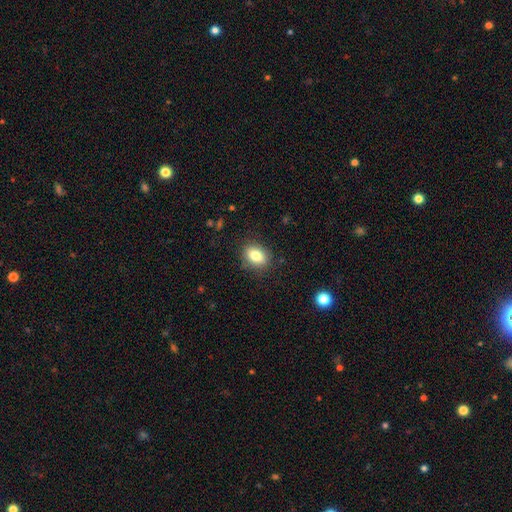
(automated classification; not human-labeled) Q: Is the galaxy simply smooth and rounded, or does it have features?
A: smooth — 81%.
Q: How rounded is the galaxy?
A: in between — 67%.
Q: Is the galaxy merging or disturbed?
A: none — 84%.